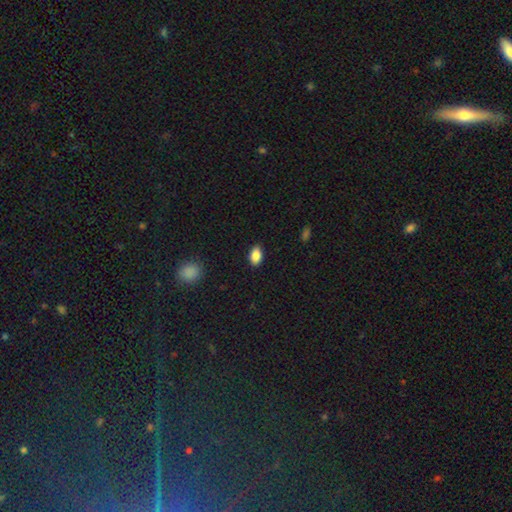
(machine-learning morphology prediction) A smooth galaxy with no disk features (86%) that is in between round and cigar-shaped (90%).

Vote fractions:
- Smooth or featured? smooth: 86% / star or artifact: 8% / featured or disk: 6%
- How rounded? in between: 90% / round: 7% / cigar-shaped: 3%
- Merging? none: 86% / minor disturbance: 10% / major disturbance: 2% / merger: 1%